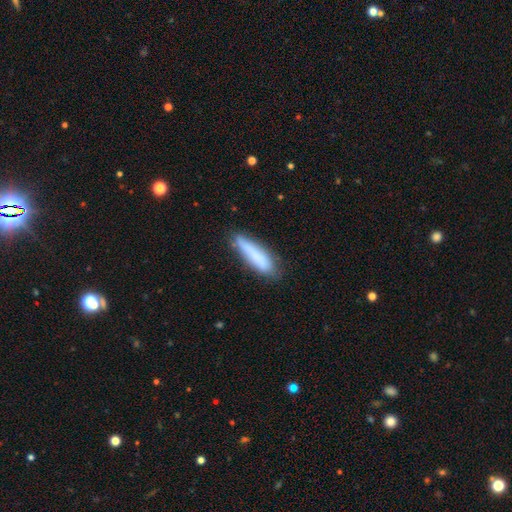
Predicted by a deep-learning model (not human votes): Smooth or featured?
  - smooth: 76% *
  - featured or disk: 17%
  - star or artifact: 7%
How rounded?
  - cigar-shaped: 77% *
  - in between: 22%
  - round: 1%
Merging?
  - none: 67% *
  - minor disturbance: 24%
  - major disturbance: 6%
  - merger: 3%